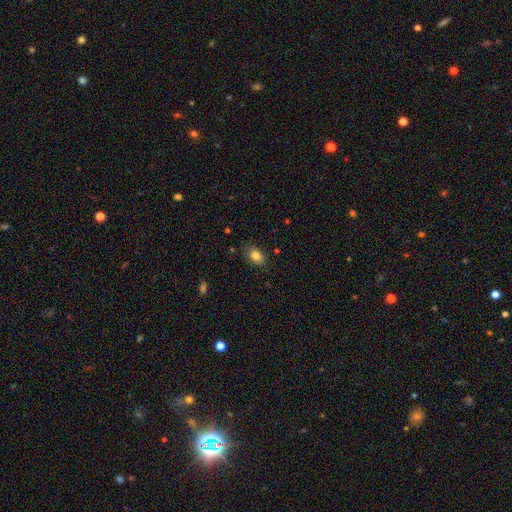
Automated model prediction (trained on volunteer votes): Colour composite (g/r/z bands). It shows a smooth galaxy with no disk features (84%) that is in between round and cigar-shaped (83%). Merging: none (85%).